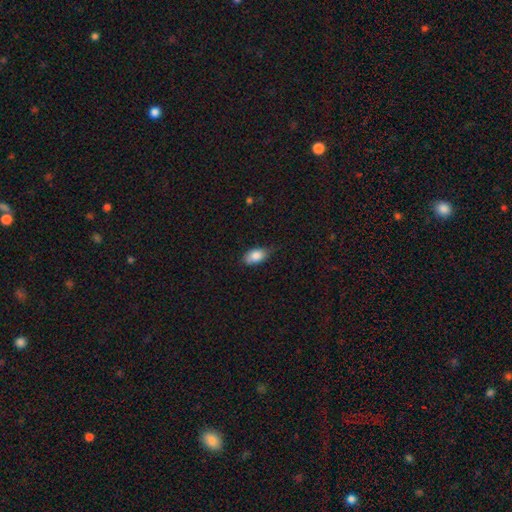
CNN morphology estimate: A smooth galaxy with no disk features (85%) that is in between round and cigar-shaped (91%). Merging: none (72%).